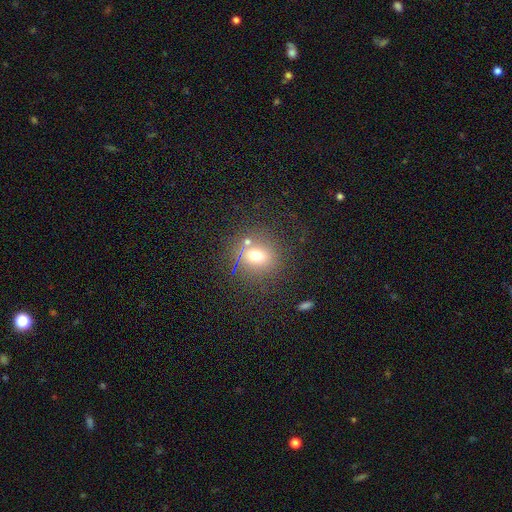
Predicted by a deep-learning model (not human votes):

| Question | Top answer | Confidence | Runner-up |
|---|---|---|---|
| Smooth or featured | smooth | 65% | star or artifact (22%) |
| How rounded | round | 77% | in between (21%) |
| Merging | none | 74% | minor disturbance (12%) |